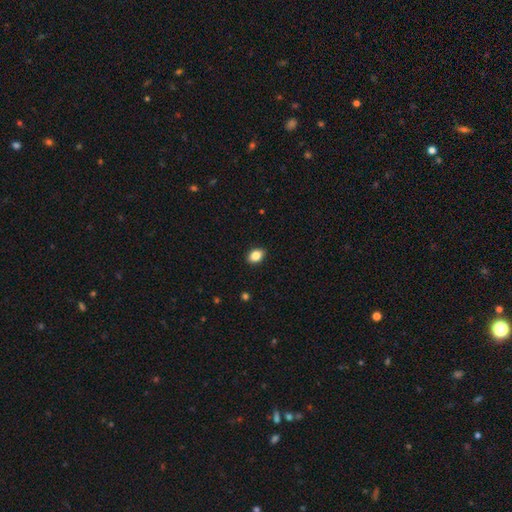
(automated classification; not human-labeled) The model was most divided on "how rounded": in between: 76%, round: 23%, cigar-shaped: 1%. More confident: merging — none (89%); smooth or featured — smooth (85%).